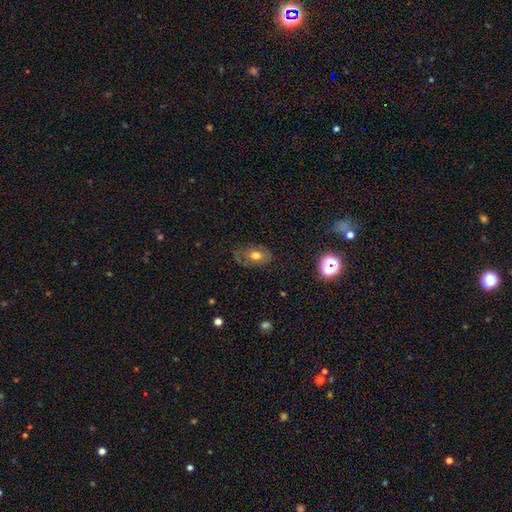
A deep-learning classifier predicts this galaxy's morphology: A smooth galaxy with no disk features (60%) that is in between round and cigar-shaped (75%). Merging: none (67%).